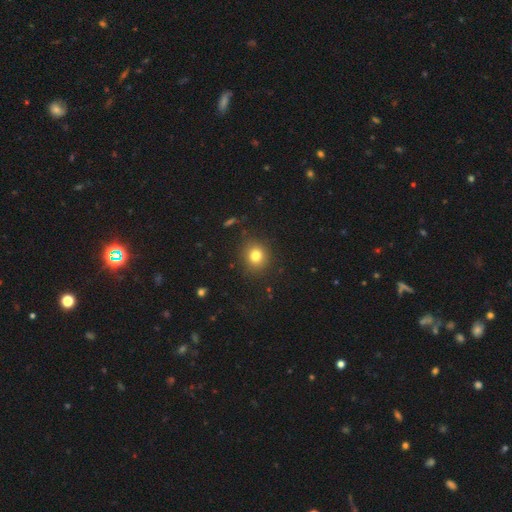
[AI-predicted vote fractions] Smooth or featured? Predicted: smooth (p=0.79). How rounded? Predicted: round (p=0.85). Merging? Predicted: none (p=0.88).